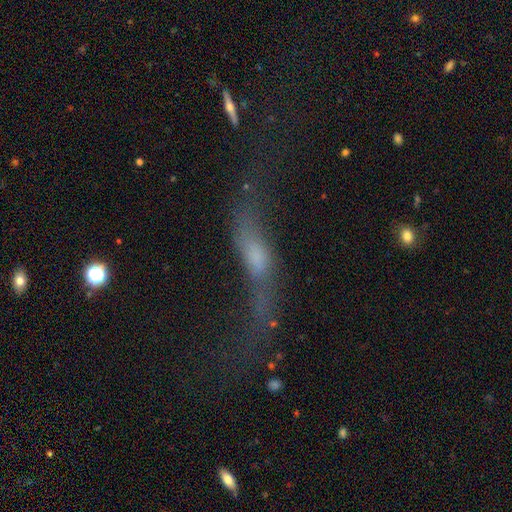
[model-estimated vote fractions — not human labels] This is marginally a featured or disk galaxy (45%). Merging: marginally major disturbance (41%).